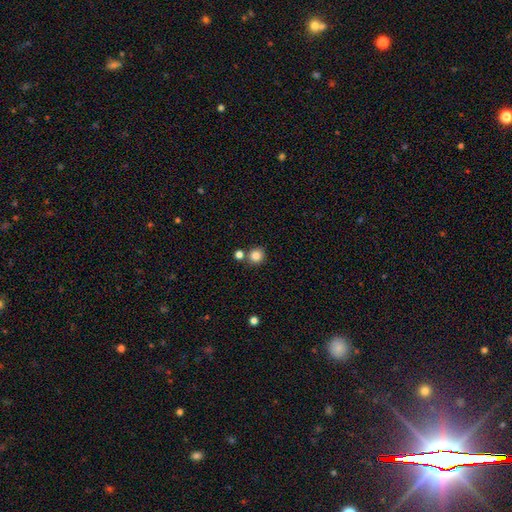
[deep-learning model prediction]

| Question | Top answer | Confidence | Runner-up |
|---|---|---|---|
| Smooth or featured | smooth | 84% | star or artifact (11%) |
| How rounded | round | 91% | in between (8%) |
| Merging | none | 73% | merger (16%) |